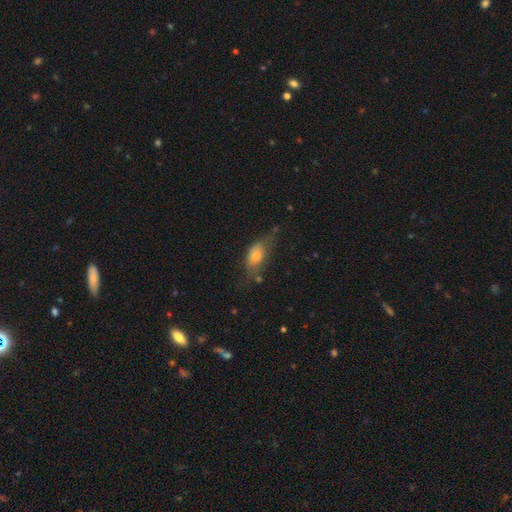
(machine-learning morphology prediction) type=smooth (65%); roundness=in between (79%); merging=none (45%).